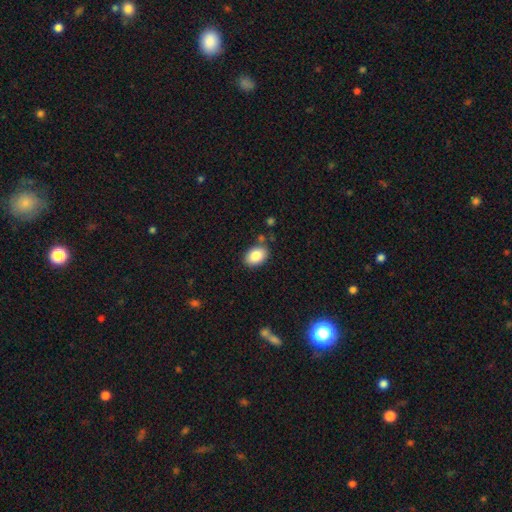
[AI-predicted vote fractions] Morphology: type=smooth (86%); roundness=in between (84%); merging=none (82%).